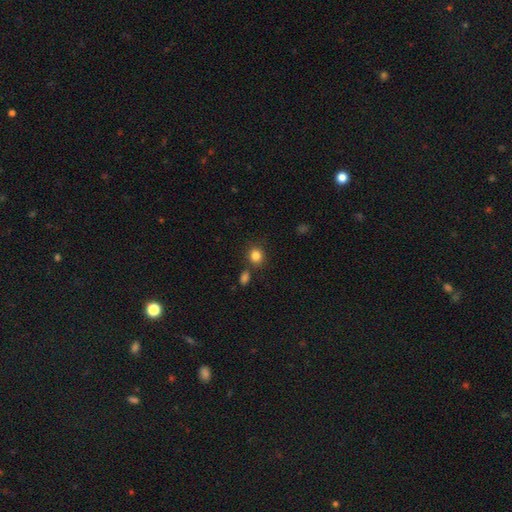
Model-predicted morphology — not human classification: This appears to be a smooth galaxy with no disk features (84%) that is round (78%). Merging: none (79%).